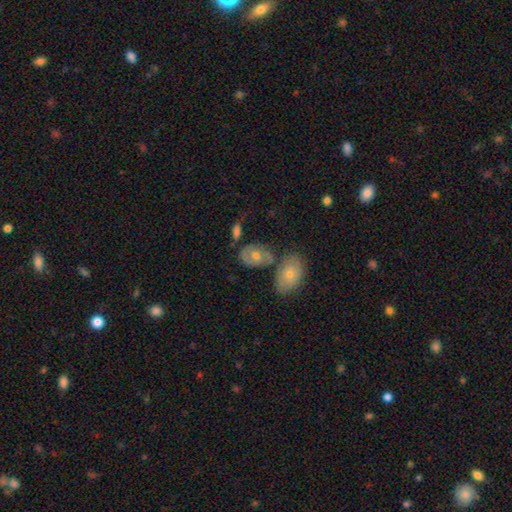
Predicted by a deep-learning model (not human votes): Smooth or featured: smooth — 46% (featured or disk — 45%)
Merging: none — 51% (merger — 25%)